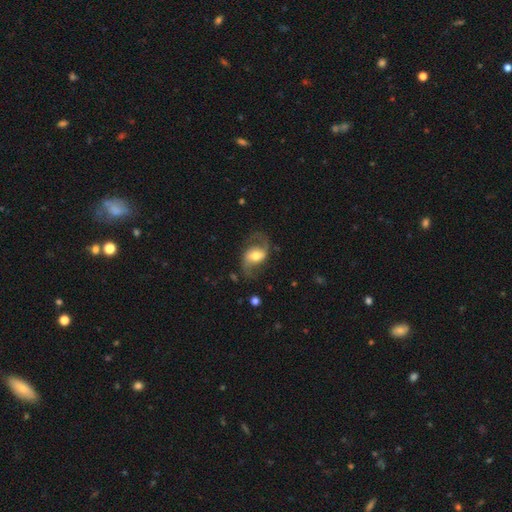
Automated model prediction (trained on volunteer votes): Smooth or featured? featured or disk (77%)
Edge-on disk? no (96%)
Bar? weak (40%)
Spiral arms? yes (91%)
Spiral winding? loose (53%)
Spiral arm count? 2 (90%)
Bulge size? moderate (65%)
Merging? none (70%)